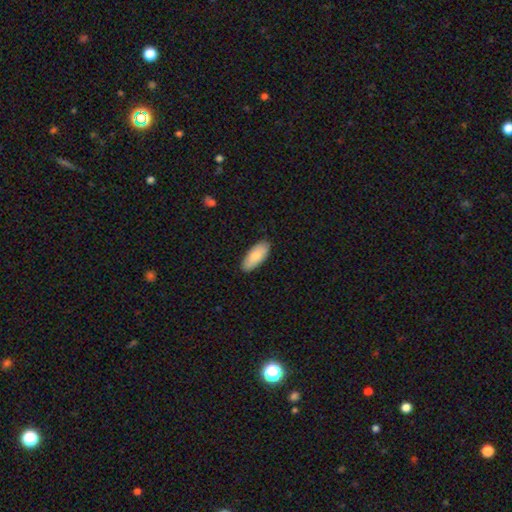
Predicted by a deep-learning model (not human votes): Overall: smooth (82%). How rounded: in between (87%). Merging: none (87%).